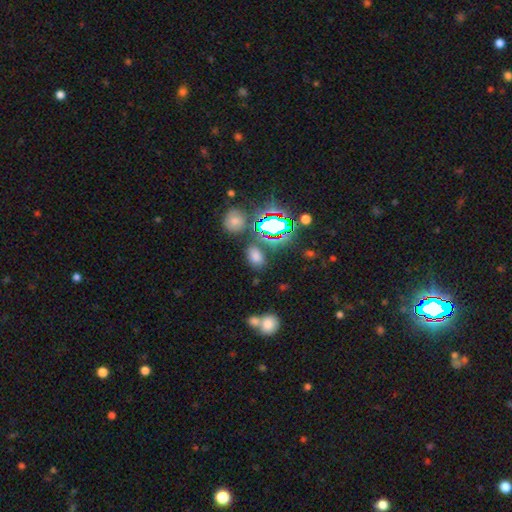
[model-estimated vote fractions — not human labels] Smooth or featured? smooth (65%)
How rounded? in between (80%)
Merging? none (71%)